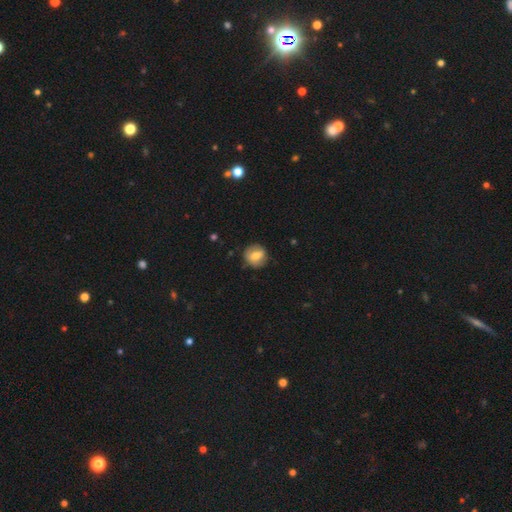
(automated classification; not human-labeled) This appears to be a smooth galaxy with no disk features (70%) that is round (85%). Merging: none (80%).